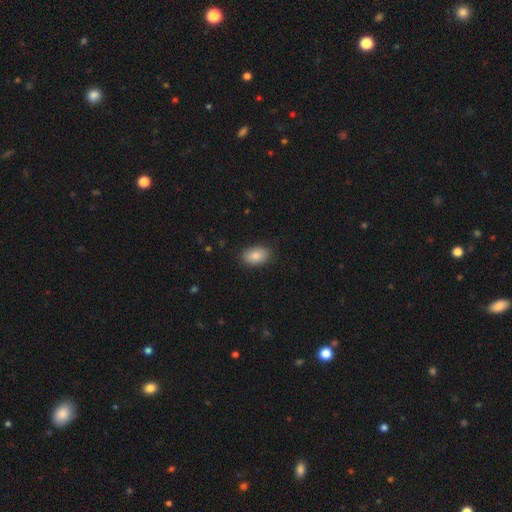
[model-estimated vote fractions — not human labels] Smooth or featured? Predicted: smooth (p=0.86). How rounded? Predicted: in between (p=0.90). Merging? Predicted: none (p=0.86).